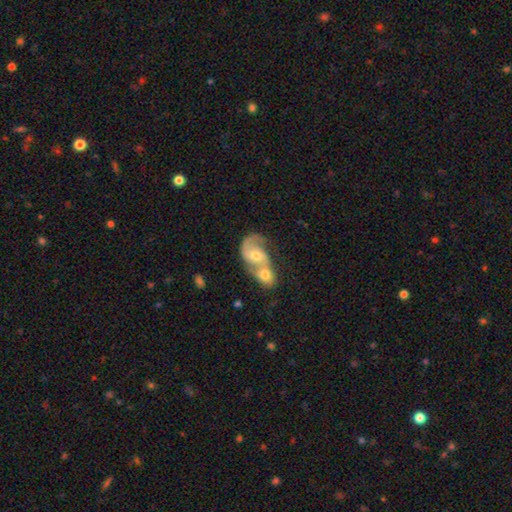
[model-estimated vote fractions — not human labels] featured or disk 74%, smooth 19%, star or artifact 7%. Down the decision tree: edge-on disk — no (97%); bar — no (58%); spiral arms — yes (88%); spiral arm count — 2 (70%); spiral winding — medium (46%); bulge size — moderate (59%); merging — merger (75%).